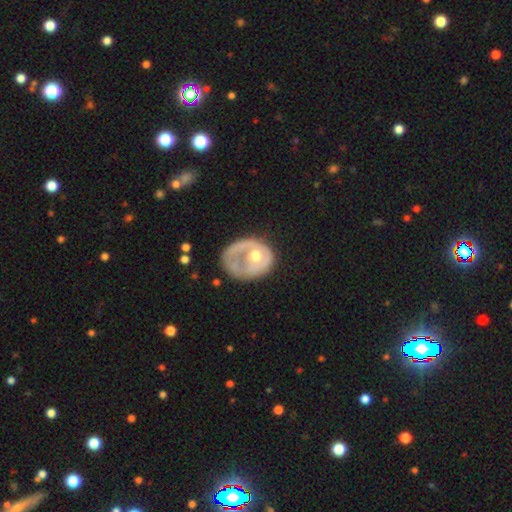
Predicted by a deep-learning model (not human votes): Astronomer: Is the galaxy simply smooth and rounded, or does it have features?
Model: featured or disk — 61%.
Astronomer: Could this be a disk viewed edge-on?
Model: no — 97%.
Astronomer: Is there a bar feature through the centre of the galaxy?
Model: no — 87%.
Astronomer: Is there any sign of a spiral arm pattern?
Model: no — 68%.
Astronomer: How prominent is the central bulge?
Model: moderate — 72%.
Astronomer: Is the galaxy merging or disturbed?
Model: major disturbance — 45% (runner-up: none, 27%).